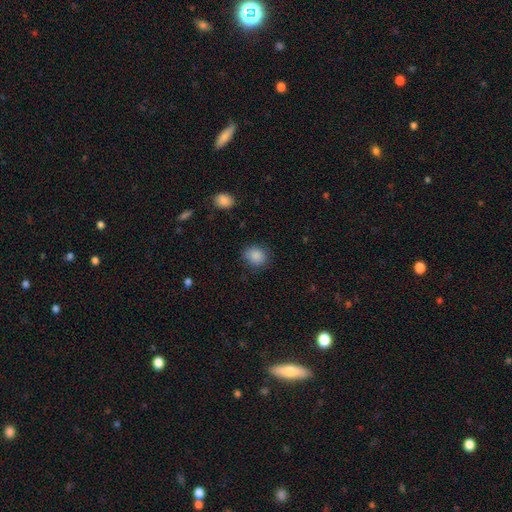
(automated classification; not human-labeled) This appears to be a smooth galaxy with no disk features (87%) that is round (68%). Merging: none (79%).